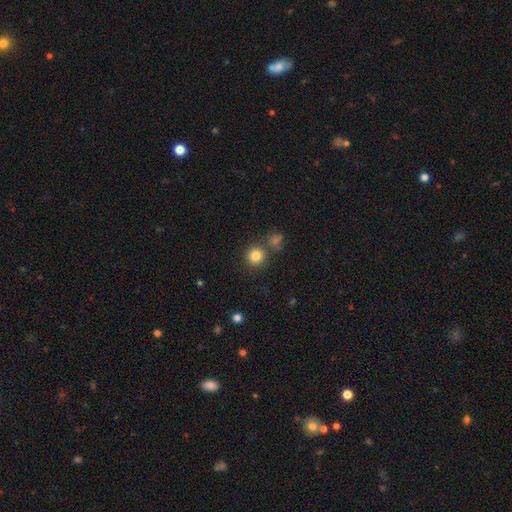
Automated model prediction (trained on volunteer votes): The model was most divided on "merging": none: 77%, merger: 12%, minor disturbance: 8%, major disturbance: 3%. More confident: how rounded — round (91%); smooth or featured — smooth (83%).